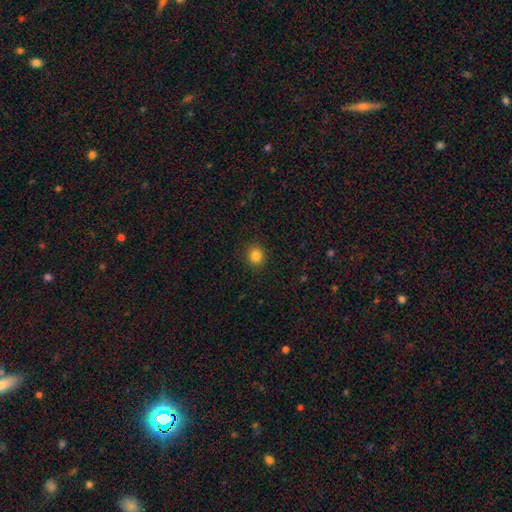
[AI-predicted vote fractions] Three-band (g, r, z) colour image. It shows a smooth galaxy with no disk features (84%) that is round (84%). Merging: none (90%).